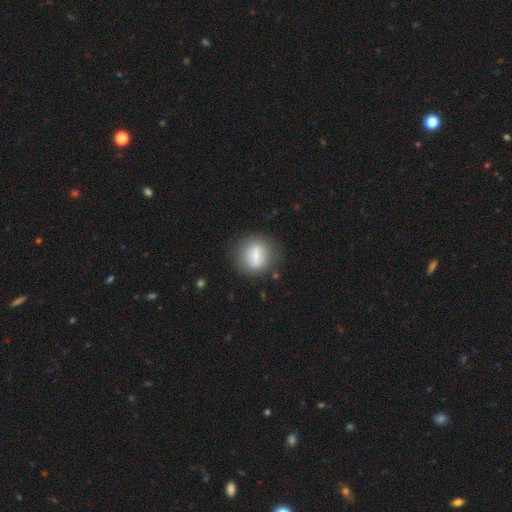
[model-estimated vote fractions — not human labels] A smooth galaxy with no disk features (66%) that is round (60%). Merging: none (77%).